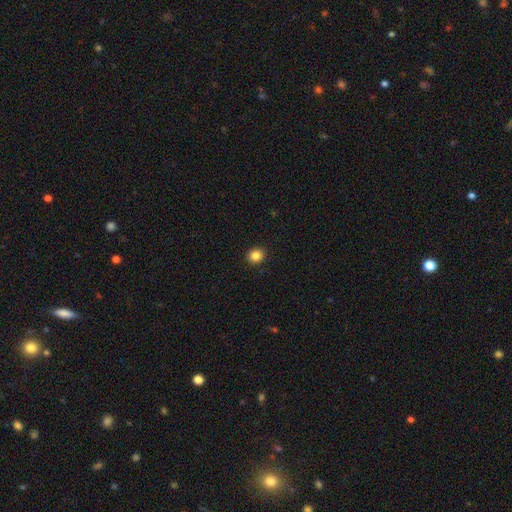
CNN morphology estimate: Smooth or featured?
  - smooth: 85% *
  - star or artifact: 11%
  - featured or disk: 4%
How rounded?
  - round: 79% *
  - in between: 20%
  - cigar-shaped: 1%
Merging?
  - none: 92% *
  - minor disturbance: 5%
  - major disturbance: 2%
  - merger: 1%